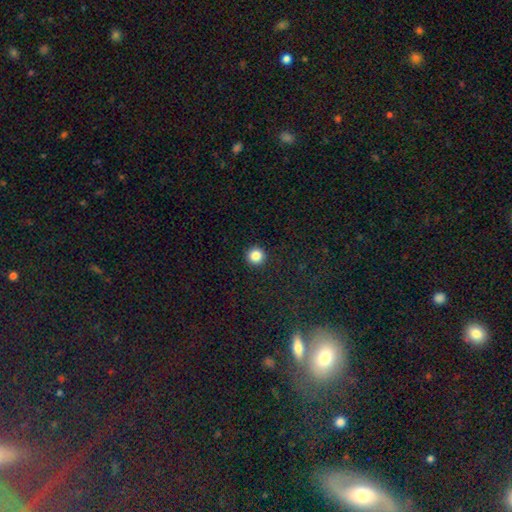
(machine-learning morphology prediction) Smooth or featured?
  - smooth: 85% *
  - star or artifact: 11%
  - featured or disk: 4%
How rounded?
  - round: 96% *
  - in between: 3%
  - cigar-shaped: 1%
Merging?
  - none: 94% *
  - minor disturbance: 4%
  - major disturbance: 2%
  - merger: 1%